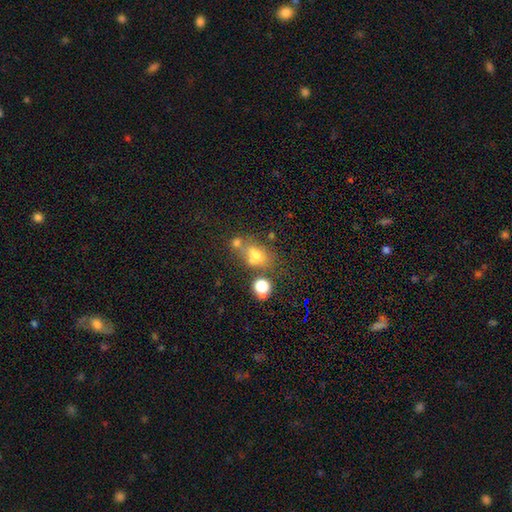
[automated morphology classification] smooth-or-featured: smooth: 57% | star or artifact: 22% | featured or disk: 20%
  how-rounded: in between: 61% | round: 34% | cigar-shaped: 5%
  merging: none: 41% | merger: 33% | minor disturbance: 15% | major disturbance: 11%